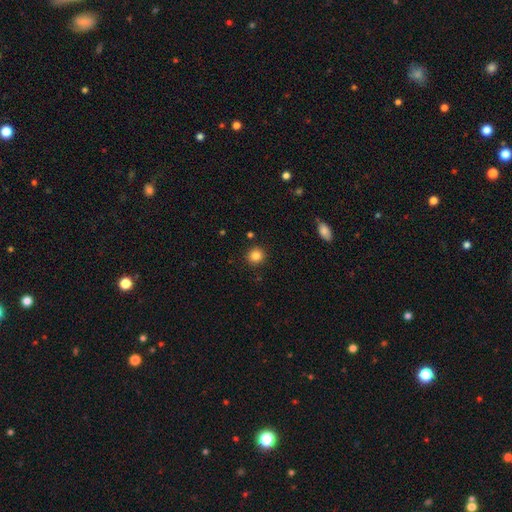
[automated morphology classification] Smooth or featured? smooth (84%)
How rounded? round (92%)
Merging? none (91%)